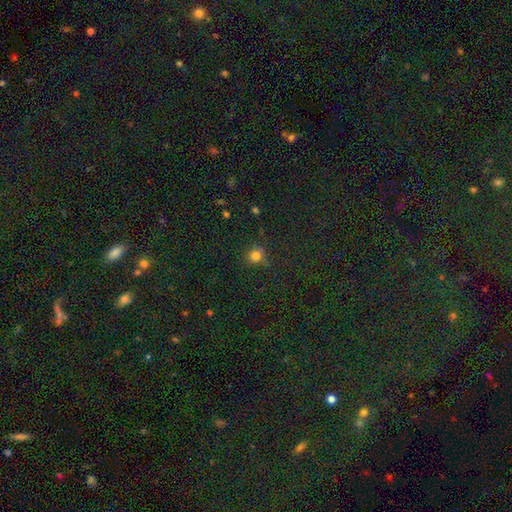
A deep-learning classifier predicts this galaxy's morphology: Q: Smooth or featured?
A: smooth (79%); runner-up: star or artifact (16%)
Q: How rounded?
A: round (88%); runner-up: in between (10%)
Q: Merging?
A: none (76%); runner-up: minor disturbance (16%)